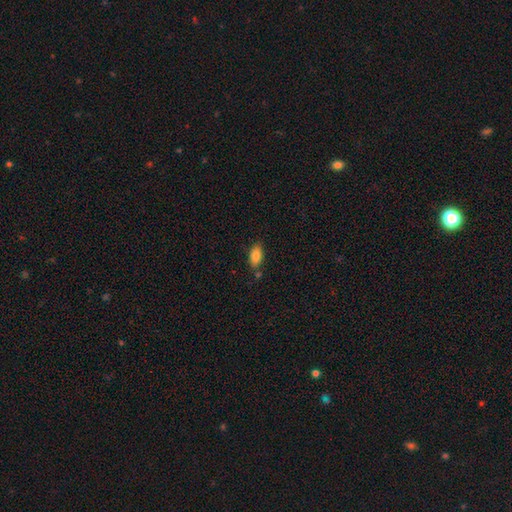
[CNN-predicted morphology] A smooth galaxy with no disk features (86%) that is in between round and cigar-shaped (90%). Merging: none (74%).